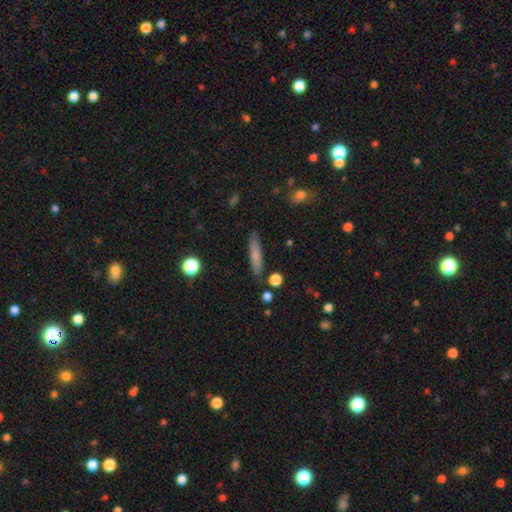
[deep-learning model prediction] A smooth galaxy with no disk features (76%) that is cigar-shaped (88%).

Vote fractions:
- Smooth or featured? smooth: 76% / featured or disk: 16% / star or artifact: 8%
- How rounded? cigar-shaped: 88% / in between: 10% / round: 2%
- Merging? none: 86% / minor disturbance: 10% / merger: 2% / major disturbance: 2%